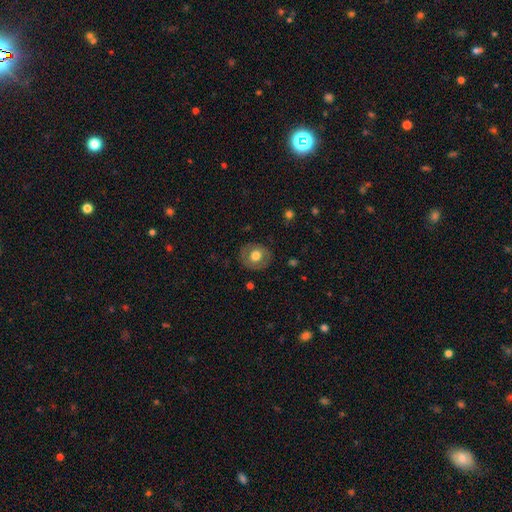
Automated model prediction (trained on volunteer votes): This is likely a smooth galaxy (63%). How rounded: likely round (78%). Merging: clearly none (85%).